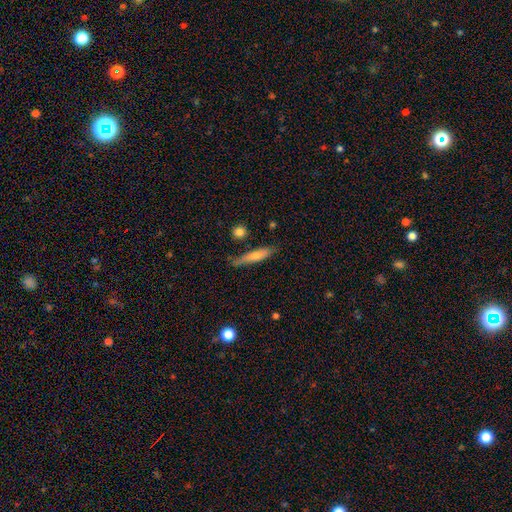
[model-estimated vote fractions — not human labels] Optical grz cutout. It shows a smooth galaxy with no disk features (67%) that is cigar-shaped (85%). Merging: none (70%).